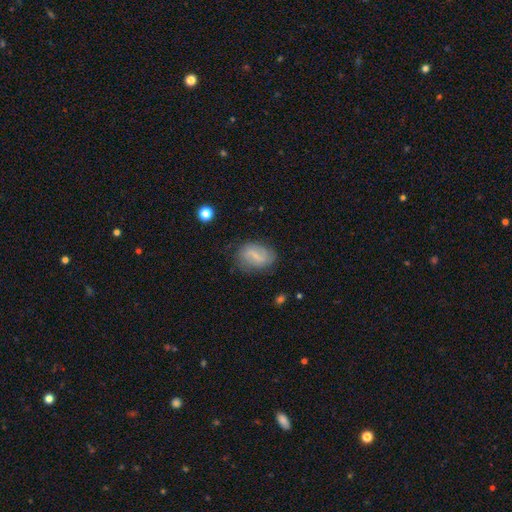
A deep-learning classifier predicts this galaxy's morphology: Smooth or featured? Predicted: smooth (p=0.48). Merging? Predicted: none (p=0.70).